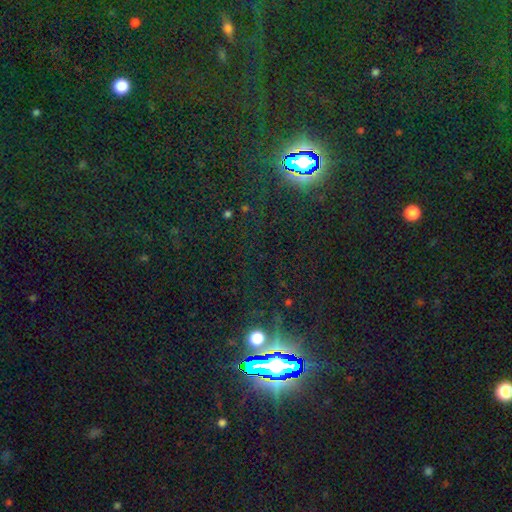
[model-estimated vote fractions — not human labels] Smooth or featured?
  - star or artifact: 82% *
  - smooth: 12%
  - featured or disk: 7%